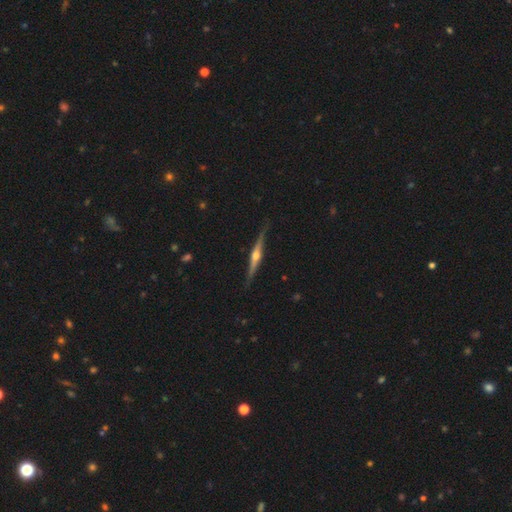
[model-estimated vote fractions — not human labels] featured or disk 80%, smooth 15%, star or artifact 5%. Down the decision tree: edge-on disk — yes (98%); edge-on bulge — rounded (93%); merging — none (86%).